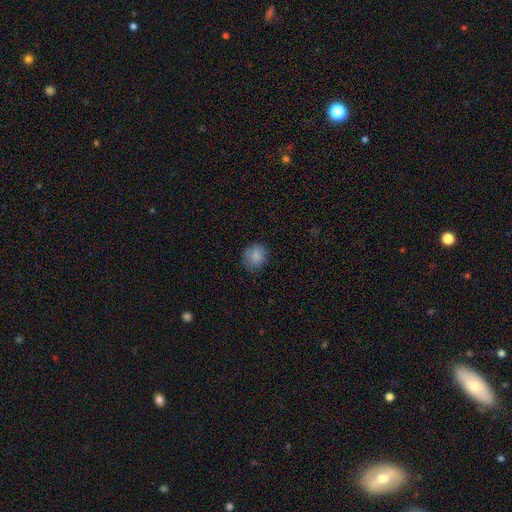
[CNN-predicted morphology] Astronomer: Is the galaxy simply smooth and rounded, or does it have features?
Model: smooth — 86%.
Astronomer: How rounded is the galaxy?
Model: round — 77%.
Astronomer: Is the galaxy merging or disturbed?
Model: none — 80%.